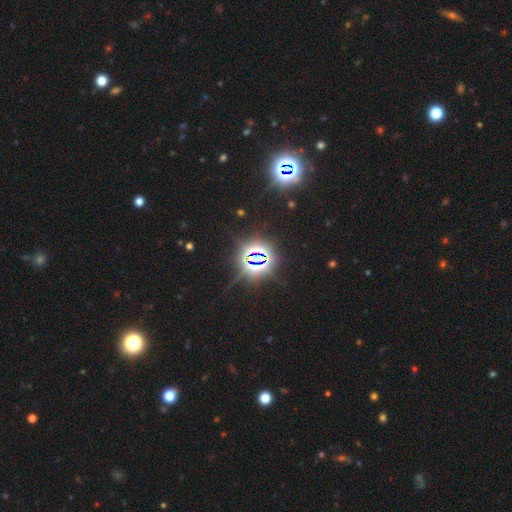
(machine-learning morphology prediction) Smooth or featured? star or artifact (82%)